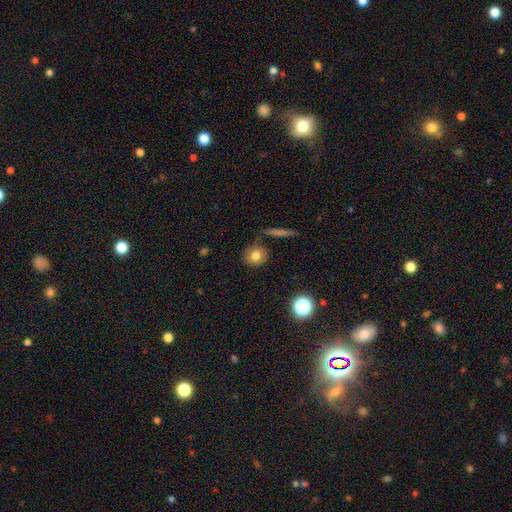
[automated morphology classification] smooth-or-featured: smooth: 77% | featured or disk: 12% | star or artifact: 11%
  how-rounded: round: 80% | in between: 18% | cigar-shaped: 2%
  merging: none: 72% | minor disturbance: 15% | merger: 7% | major disturbance: 6%